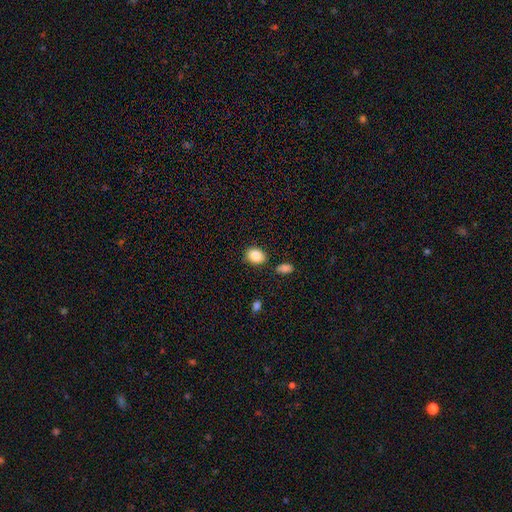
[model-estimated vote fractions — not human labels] Q: Smooth or featured?
A: smooth (85%); runner-up: star or artifact (8%)
Q: How rounded?
A: in between (64%); runner-up: round (35%)
Q: Merging?
A: none (82%); runner-up: minor disturbance (11%)